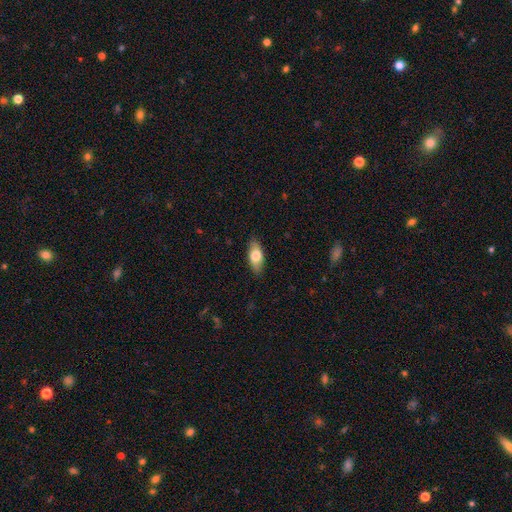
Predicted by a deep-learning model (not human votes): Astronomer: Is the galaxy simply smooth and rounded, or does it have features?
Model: smooth — 74%.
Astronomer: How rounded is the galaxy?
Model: in between — 85%.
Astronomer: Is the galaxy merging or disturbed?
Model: none — 87%.